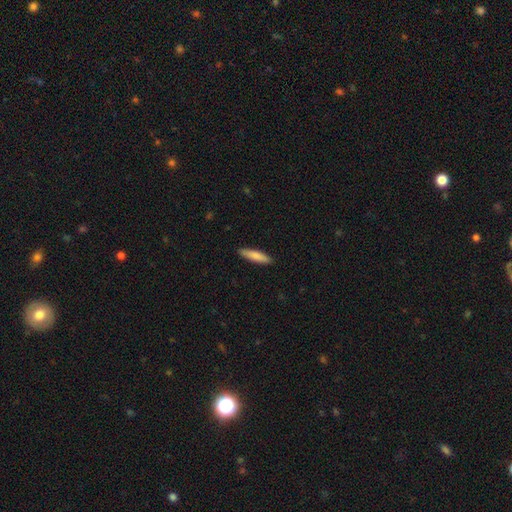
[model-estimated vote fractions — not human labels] Smooth or featured? Predicted: smooth (p=0.81). How rounded? Predicted: cigar-shaped (p=0.82). Merging? Predicted: none (p=0.90).